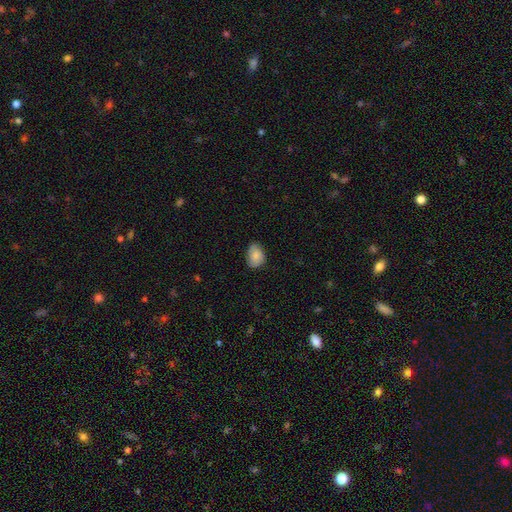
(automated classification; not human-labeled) smooth-or-featured: smooth: 76% | featured or disk: 17% | star or artifact: 7%
  how-rounded: in between: 74% | round: 25% | cigar-shaped: 1%
  merging: none: 68% | minor disturbance: 26% | major disturbance: 4% | merger: 1%